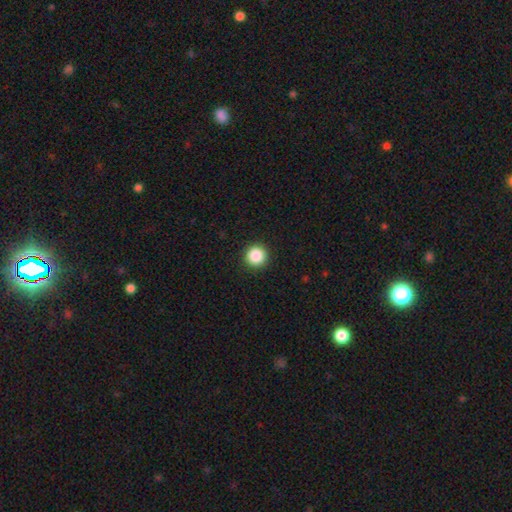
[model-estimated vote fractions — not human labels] This is clearly a smooth galaxy (87%). How rounded: clearly round (96%). Merging: clearly none (93%).